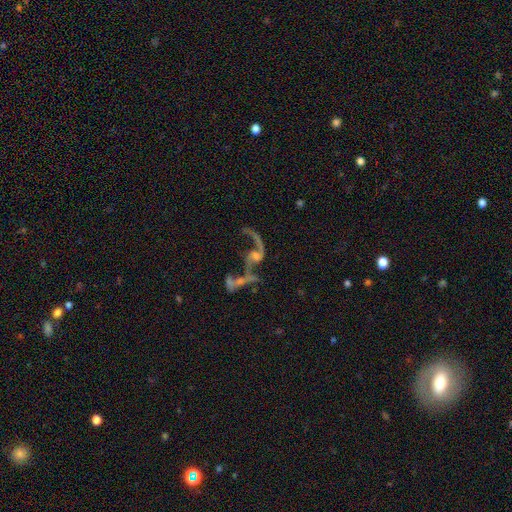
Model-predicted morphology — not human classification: Q: Smooth or featured?
A: featured or disk (80%); runner-up: star or artifact (10%)
Q: Edge-on disk?
A: no (94%); runner-up: yes (6%)
Q: Bar?
A: no (63%); runner-up: weak (28%)
Q: Spiral arms?
A: yes (84%); runner-up: no (16%)
Q: Spiral winding?
A: loose (86%); runner-up: medium (11%)
Q: Spiral arm count?
A: 2 (74%); runner-up: 1 (18%)
Q: Bulge size?
A: small (42%); runner-up: moderate (33%)
Q: Merging?
A: merger (42%); runner-up: none (26%)